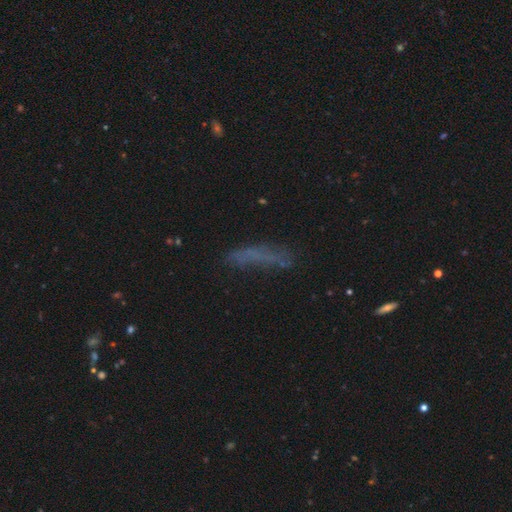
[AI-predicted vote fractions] smooth-or-featured: smooth: 57% | featured or disk: 24% | star or artifact: 19%
  how-rounded: cigar-shaped: 78% | in between: 20% | round: 3%
  merging: none: 56% | minor disturbance: 24% | major disturbance: 16% | merger: 4%